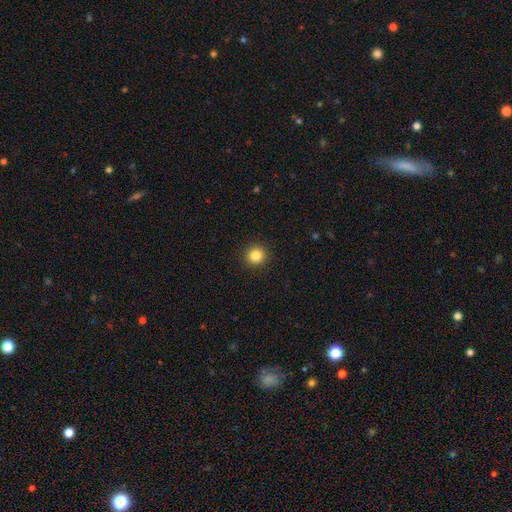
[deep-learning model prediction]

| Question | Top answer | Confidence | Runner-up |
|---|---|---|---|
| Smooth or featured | smooth | 84% | star or artifact (11%) |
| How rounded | round | 94% | in between (5%) |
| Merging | none | 93% | minor disturbance (5%) |